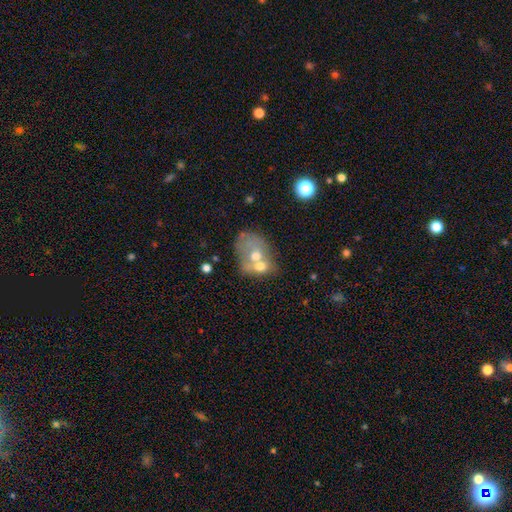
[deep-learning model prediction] Morphology: type=smooth (52%); roundness=in between (61%); merging=merger (62%).